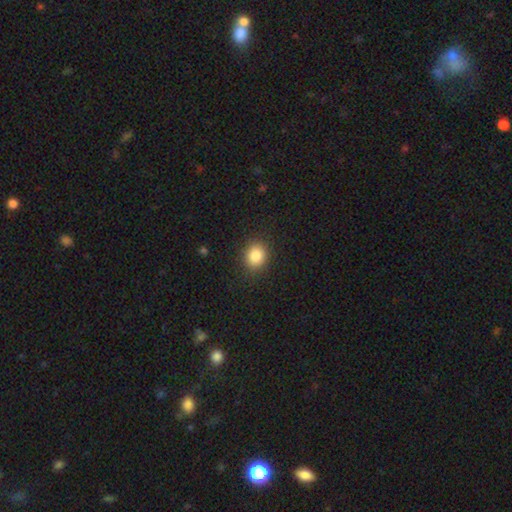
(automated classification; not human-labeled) A smooth galaxy with no disk features (86%) that is round (66%). Merging: none (88%).